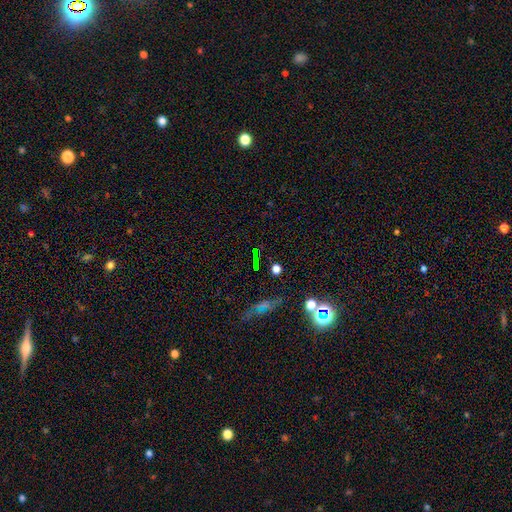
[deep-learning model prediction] Smooth or featured? Predicted: star or artifact (p=0.57).